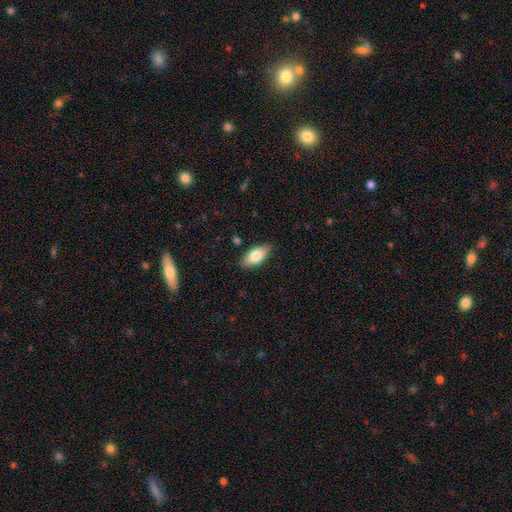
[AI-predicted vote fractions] Overall: smooth (76%). How rounded: in between (88%). Merging: none (85%).